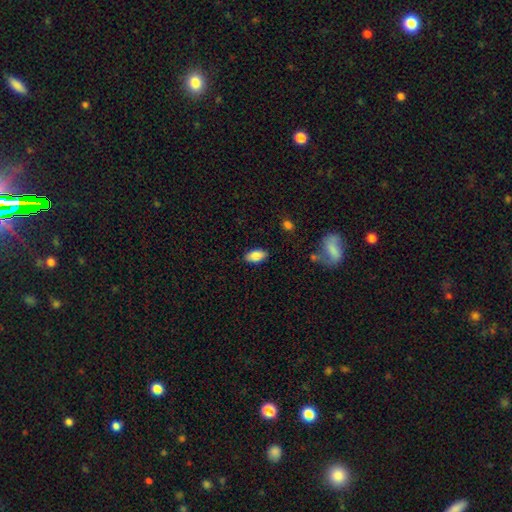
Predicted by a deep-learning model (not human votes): The model was most divided on "smooth or featured": smooth: 84%, featured or disk: 9%, star or artifact: 7%. More confident: how rounded — in between (92%); merging — none (86%).